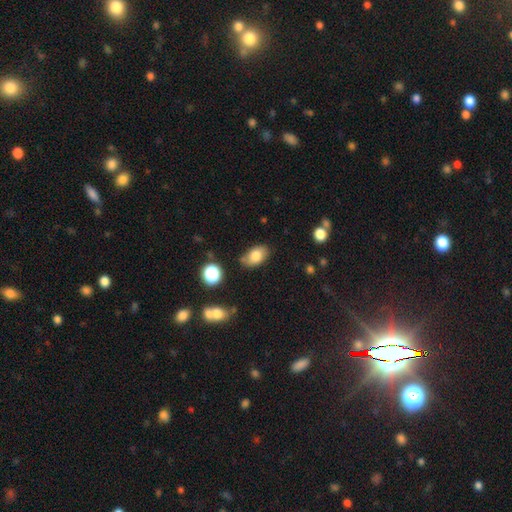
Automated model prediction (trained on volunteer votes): This appears to be a smooth galaxy with no disk features (79%) that is in between round and cigar-shaped (89%). Merging: none (73%).